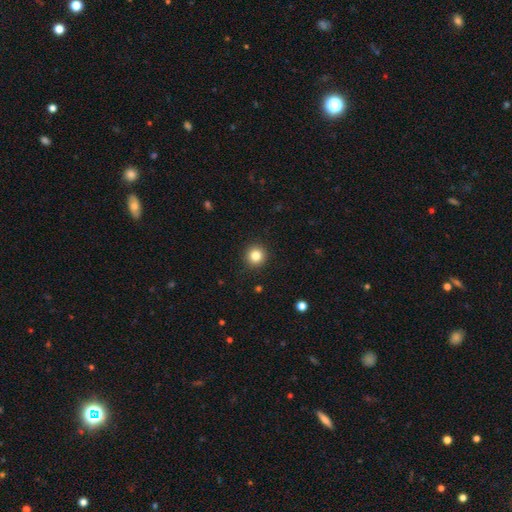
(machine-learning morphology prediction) Smooth or featured? smooth (83%)
How rounded? round (95%)
Merging? none (92%)